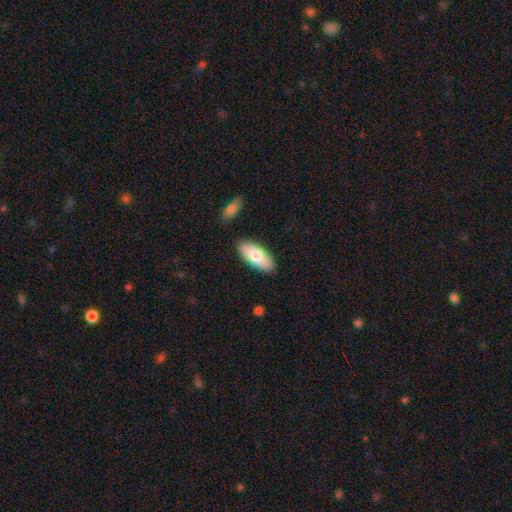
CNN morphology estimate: This appears to be a smooth galaxy with no disk features (77%) that is in between round and cigar-shaped (85%). Merging: none (86%).